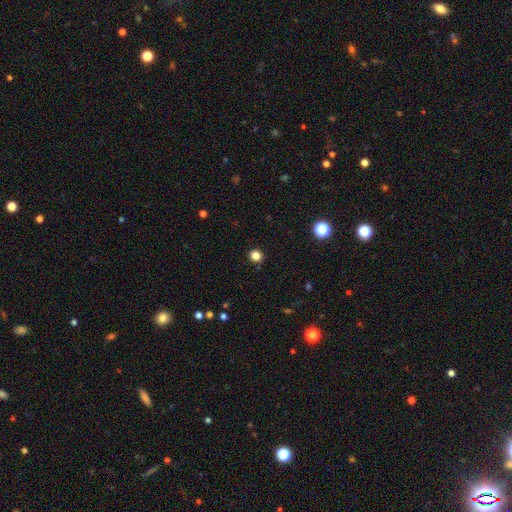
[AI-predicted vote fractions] Smooth or featured? smooth (83%)
How rounded? round (84%)
Merging? none (92%)